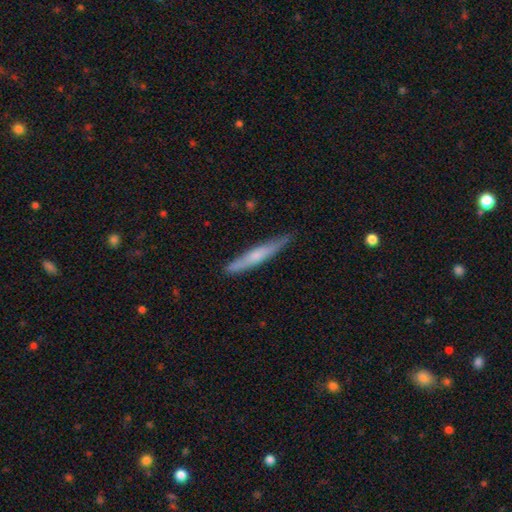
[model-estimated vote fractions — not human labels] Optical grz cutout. It shows a smooth galaxy with no disk features (50%). Merging: none (84%).